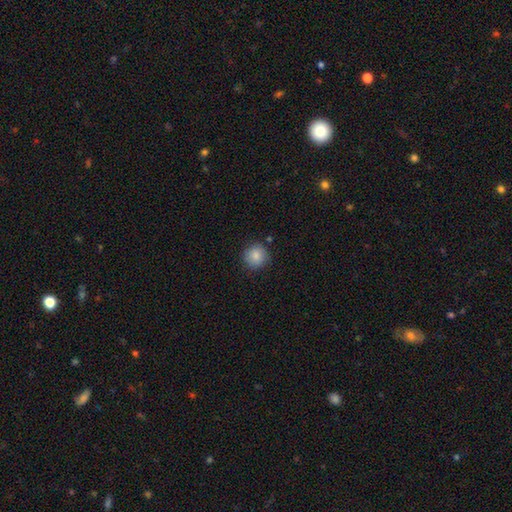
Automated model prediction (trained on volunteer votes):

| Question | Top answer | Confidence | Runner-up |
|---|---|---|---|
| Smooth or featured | smooth | 86% | star or artifact (9%) |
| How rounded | round | 91% | in between (8%) |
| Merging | none | 85% | minor disturbance (10%) |